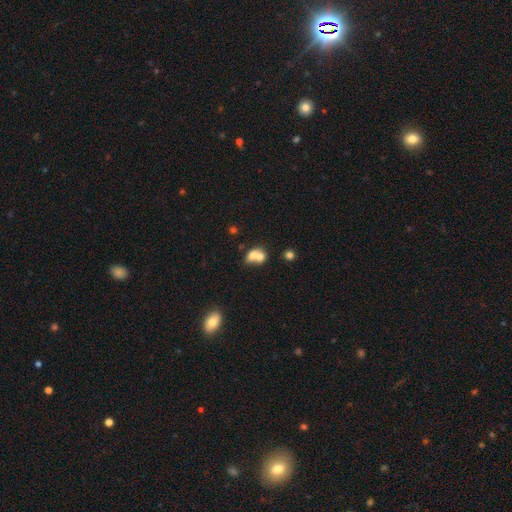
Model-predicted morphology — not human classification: Smooth or featured? smooth (69%)
How rounded? in between (55%)
Merging? merger (68%)